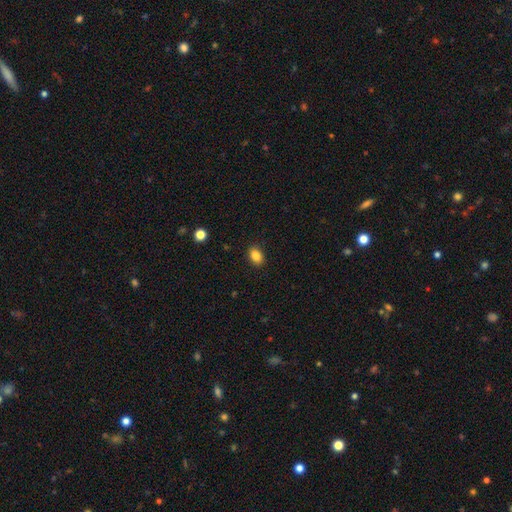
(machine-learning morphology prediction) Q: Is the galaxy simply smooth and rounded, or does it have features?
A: smooth — 86%.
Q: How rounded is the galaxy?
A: in between — 80%.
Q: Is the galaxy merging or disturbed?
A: none — 88%.